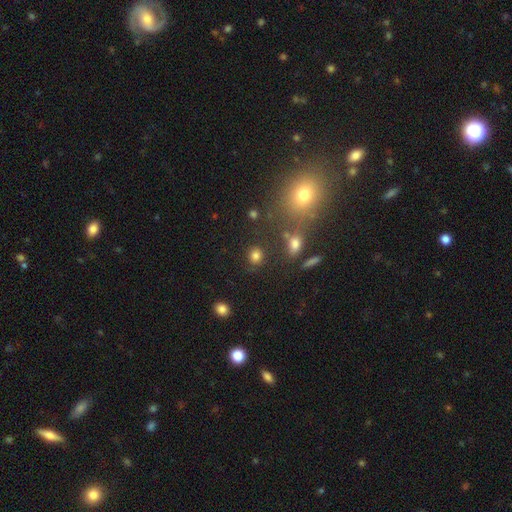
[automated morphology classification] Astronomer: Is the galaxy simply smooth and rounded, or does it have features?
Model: smooth — 81%.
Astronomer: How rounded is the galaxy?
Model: round — 76%.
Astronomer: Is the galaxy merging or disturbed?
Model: none — 80%.